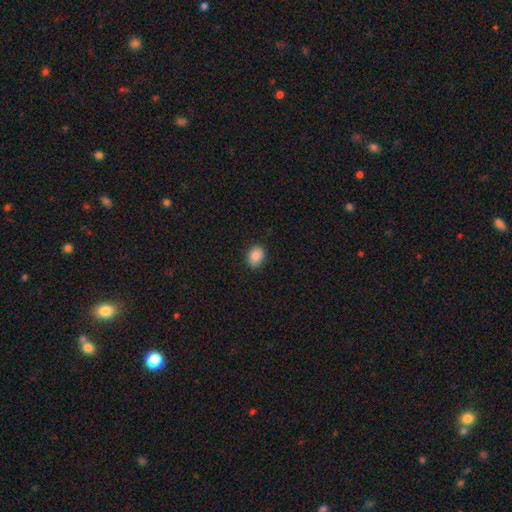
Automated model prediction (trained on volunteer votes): Smooth or featured?
  - smooth: 88% *
  - star or artifact: 8%
  - featured or disk: 3%
How rounded?
  - in between: 62% *
  - round: 37%
  - cigar-shaped: 1%
Merging?
  - none: 87% *
  - minor disturbance: 10%
  - major disturbance: 2%
  - merger: 1%